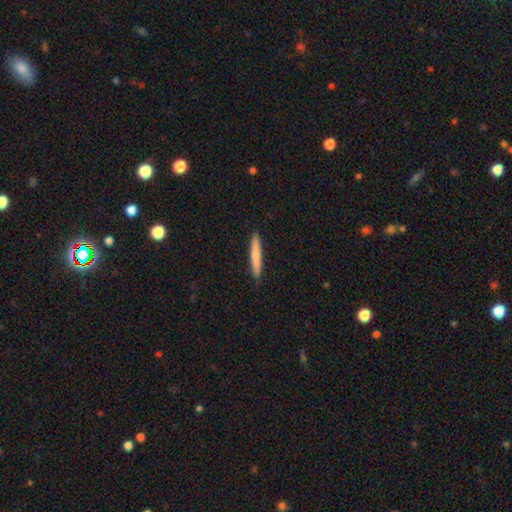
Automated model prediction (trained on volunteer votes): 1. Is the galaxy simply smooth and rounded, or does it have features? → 73% smooth, 21% featured or disk, 5% star or artifact.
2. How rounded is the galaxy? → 95% cigar-shaped, 4% in between, 1% round.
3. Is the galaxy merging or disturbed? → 91% none, 7% minor disturbance, 1% major disturbance, 1% merger.